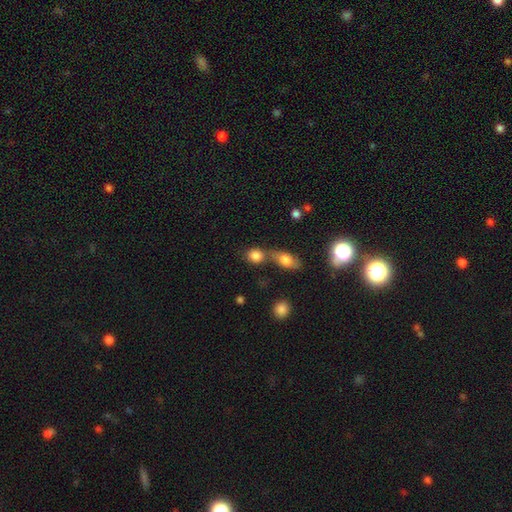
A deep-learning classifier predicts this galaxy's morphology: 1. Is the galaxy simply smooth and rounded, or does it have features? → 84% smooth, 9% star or artifact, 7% featured or disk.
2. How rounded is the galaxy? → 59% round, 38% in between, 3% cigar-shaped.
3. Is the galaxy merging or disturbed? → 43% none (tied), 43% merger (tied), 9% minor disturbance, 4% major disturbance.